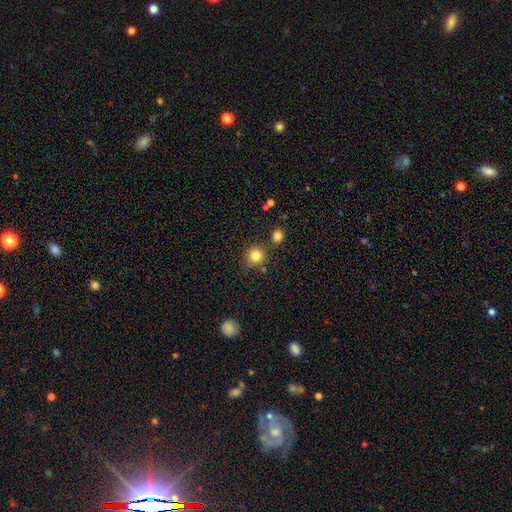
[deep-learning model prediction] smooth 83%, star or artifact 12%, featured or disk 6%. Down the decision tree: how rounded — round (90%); merging — none (76%).